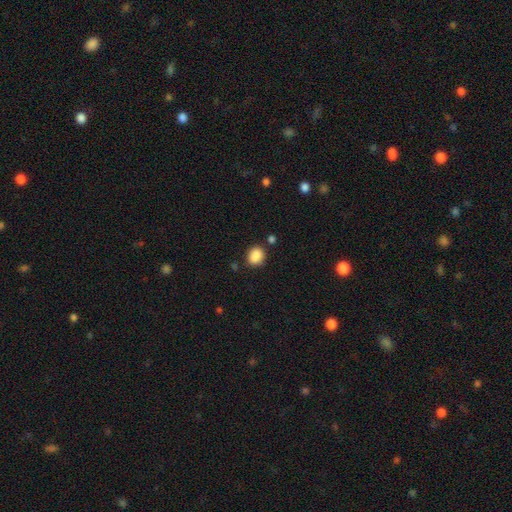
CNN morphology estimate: A smooth galaxy with no disk features (87%) that is round (51%). Merging: none (77%).